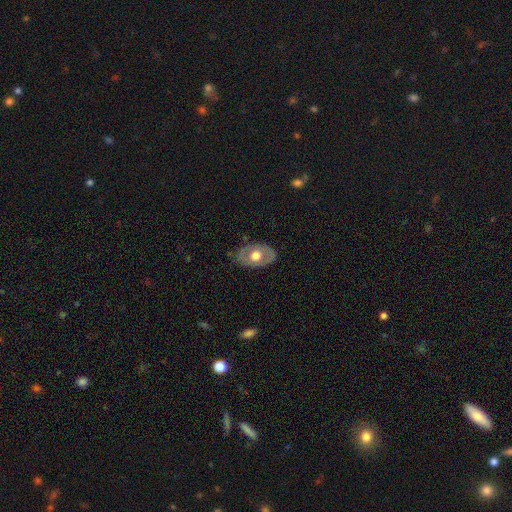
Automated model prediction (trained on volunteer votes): smooth-or-featured: featured or disk: 47% (tied) | smooth: 47% (tied) | star or artifact: 6%
  merging: none: 77% | minor disturbance: 17% | major disturbance: 5% | merger: 1%